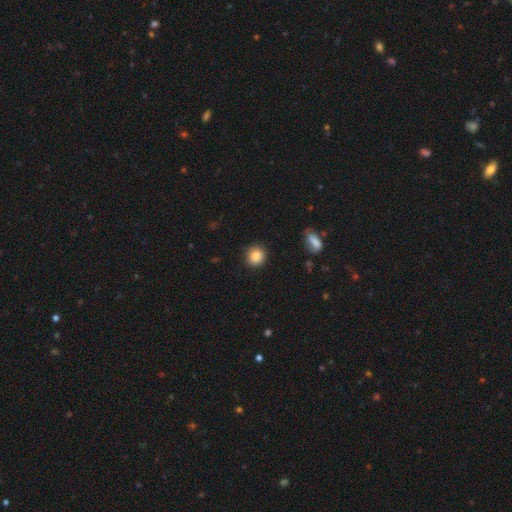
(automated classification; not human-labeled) Smooth or featured: smooth — 84% (star or artifact — 10%)
How rounded: round — 88% (in between — 11%)
Merging: none — 90% (minor disturbance — 7%)